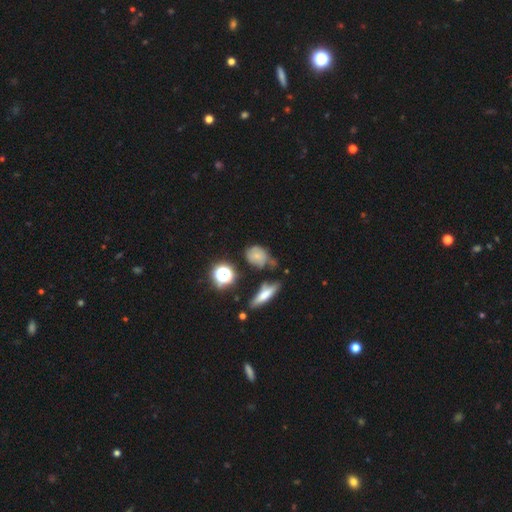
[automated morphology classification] Smooth or featured?
  - smooth: 62% *
  - featured or disk: 20%
  - star or artifact: 18%
How rounded?
  - in between: 51% *
  - round: 45%
  - cigar-shaped: 3%
Merging?
  - none: 51% *
  - minor disturbance: 27%
  - merger: 11%
  - major disturbance: 11%